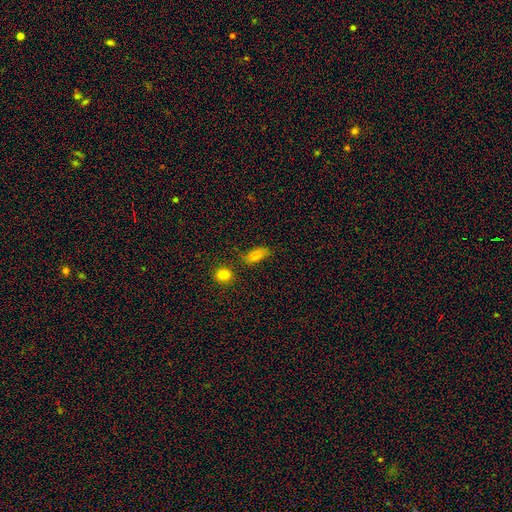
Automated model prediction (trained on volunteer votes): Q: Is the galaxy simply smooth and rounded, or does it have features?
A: smooth — 80%.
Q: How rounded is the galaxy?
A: in between — 86%.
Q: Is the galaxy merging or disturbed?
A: none — 67%.